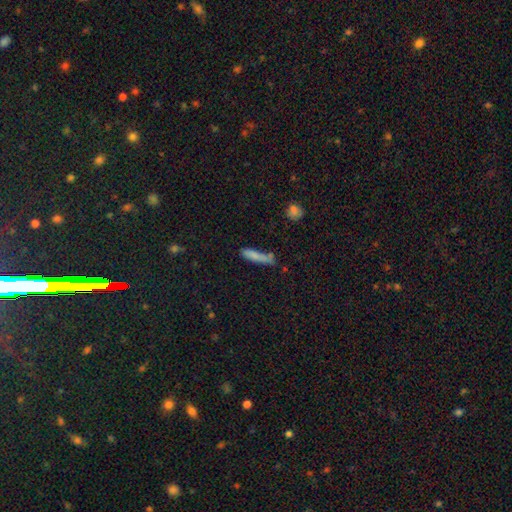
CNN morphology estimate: smooth 79%, featured or disk 13%, star or artifact 8%. Down the decision tree: how rounded — cigar-shaped (82%); merging — none (56%).